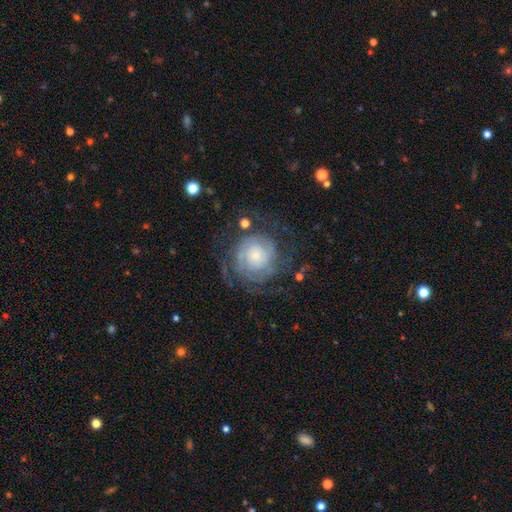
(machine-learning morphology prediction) The model was most divided on "bulge size": small: 49%, moderate: 29%, large: 13%, none: 5%, dominant: 3%. Remaining: edge-on disk — no (98%); spiral arms — yes (86%); bar — no (79%); smooth or featured — featured or disk (71%); spiral winding — tight (63%); merging — none (63%); spiral arm count — can't tell (48%).